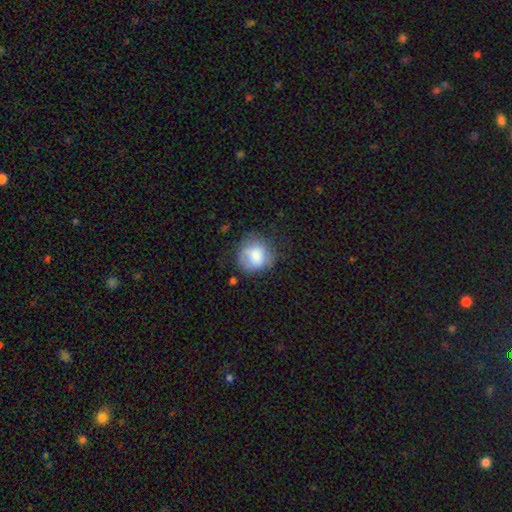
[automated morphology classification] Smooth or featured: smooth — 79% (featured or disk — 13%)
How rounded: round — 81% (in between — 18%)
Merging: none — 61% (minor disturbance — 26%)